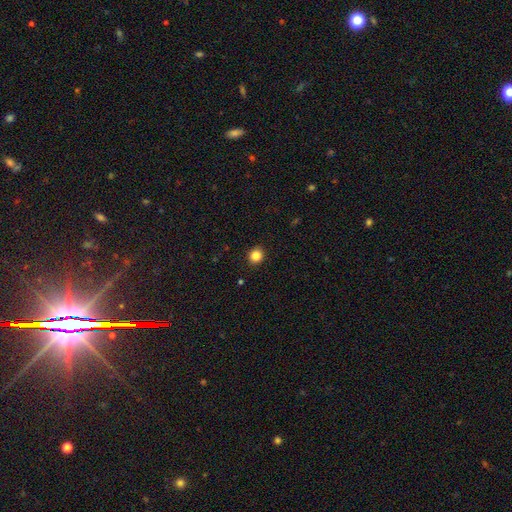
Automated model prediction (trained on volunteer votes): Smooth or featured? smooth (85%)
How rounded? round (86%)
Merging? none (92%)